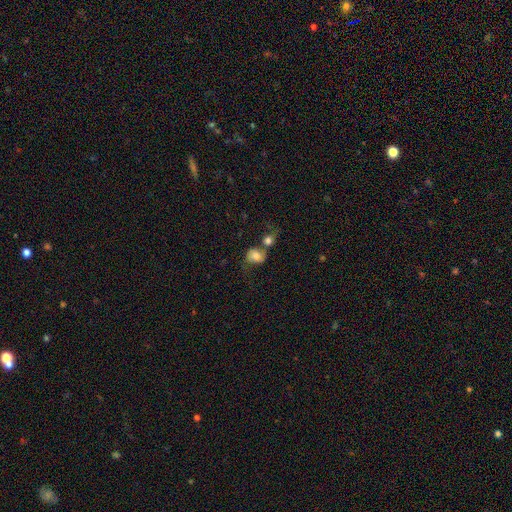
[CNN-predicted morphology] smooth_or_featured: smooth (p=0.71) [alt: featured or disk p=0.19]
how_rounded: round (p=0.61) [alt: in between p=0.38]
merging: merger (p=0.45) [alt: none p=0.30]